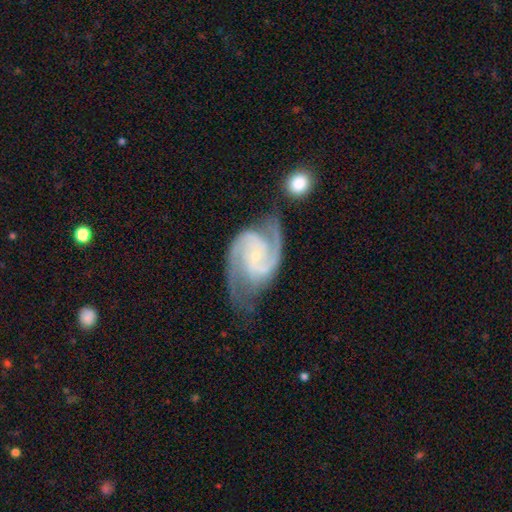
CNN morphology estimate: smooth-or-featured: featured or disk: 93% | star or artifact: 4% | smooth: 3%
  disk-edge-on: no: 98% | yes: 2%
    bar: no: 54% | weak: 33% | strong: 13%
    has-spiral-arms: yes: 99% | no: 1%
      spiral-winding: medium: 56% | tight: 35% | loose: 10%
      spiral-arm-count: 2: 86% | 3: 7% | can't tell: 2% | 4: 2% | 1: 2% | more than 4: 1%
    bulge-size: small: 78% | moderate: 16% | none: 3% | large: 1% | dominant: 1%
  merging: none: 66% | minor disturbance: 21% | major disturbance: 9% | merger: 4%